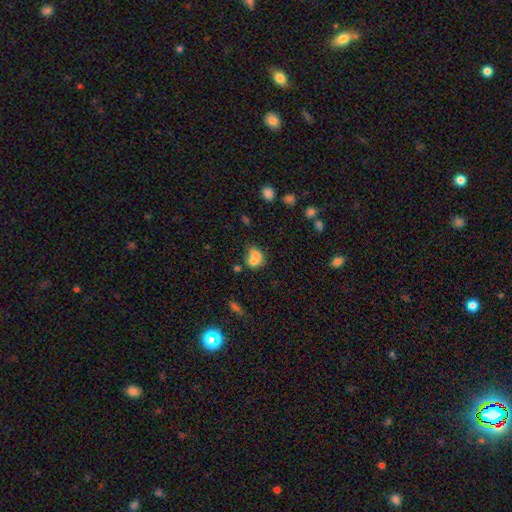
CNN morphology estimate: Smooth or featured?
  - smooth: 71% *
  - featured or disk: 18%
  - star or artifact: 11%
How rounded?
  - round: 55% *
  - in between: 43%
  - cigar-shaped: 1%
Merging?
  - merger: 62% *
  - none: 25%
  - minor disturbance: 9%
  - major disturbance: 4%